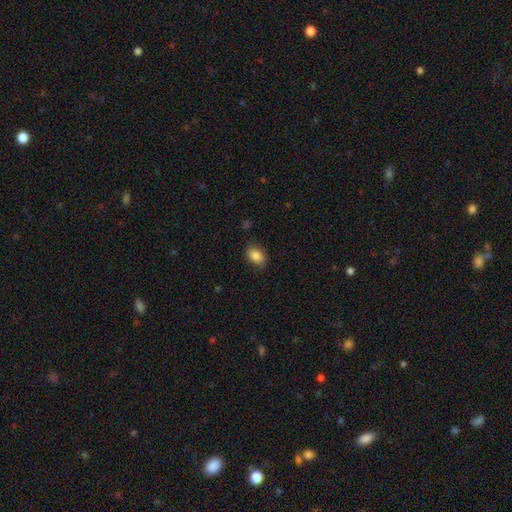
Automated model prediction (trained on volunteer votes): This appears to be a smooth galaxy with no disk features (86%) that is in between round and cigar-shaped (84%). Merging: none (82%).